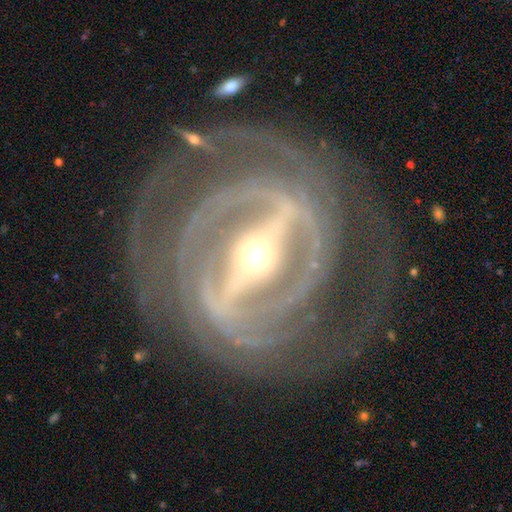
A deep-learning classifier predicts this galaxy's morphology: This is clearly a featured or disk galaxy (90%). It is clearly not viewed edge-on (93%). Bar: clearly strong (80%). Spiral arm pattern: clearly yes (89%). Spiral arm count: possibly 2 (52%). Spiral winding: possibly tight (58%). Central bulge: possibly moderate (55%). Merging: likely none (73%).